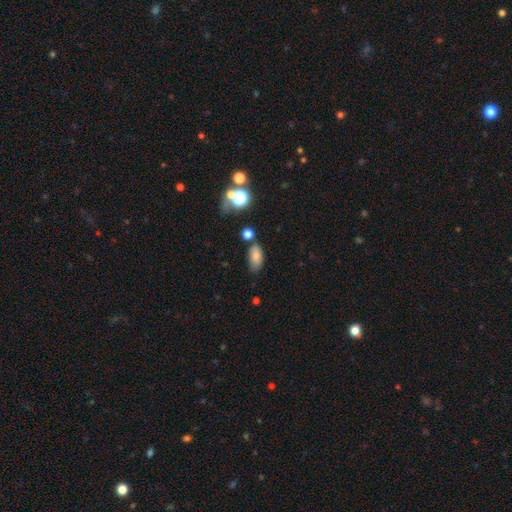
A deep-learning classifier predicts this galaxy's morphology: Smooth or featured: smooth — 78% (star or artifact — 11%)
How rounded: in between — 89% (round — 6%)
Merging: none — 66% (minor disturbance — 21%)